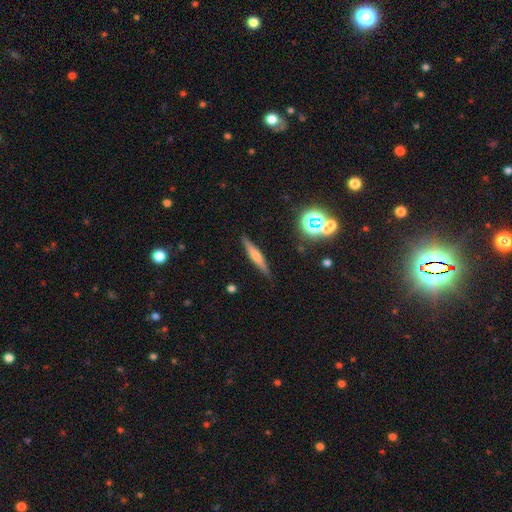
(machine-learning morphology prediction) featured or disk 48%, smooth 43%, star or artifact 10%. Down the decision tree: merging — none (89%).